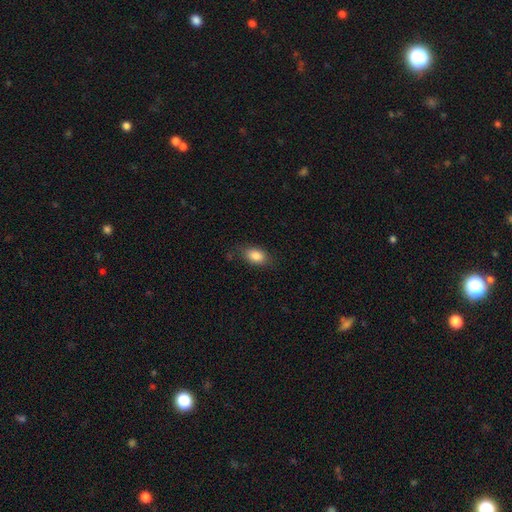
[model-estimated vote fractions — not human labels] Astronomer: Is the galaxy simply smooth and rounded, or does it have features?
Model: smooth — 85%.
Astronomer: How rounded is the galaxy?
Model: in between — 86%.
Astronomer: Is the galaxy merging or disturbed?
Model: none — 76%.